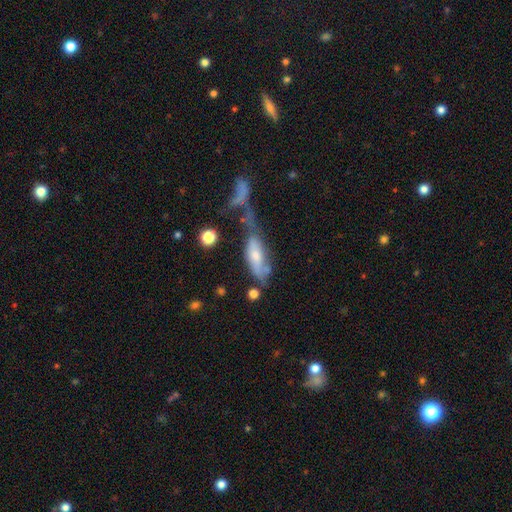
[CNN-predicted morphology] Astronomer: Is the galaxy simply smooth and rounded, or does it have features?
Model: smooth — 52% (runner-up: featured or disk, 40%).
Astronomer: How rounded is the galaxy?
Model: in between — 60% (runner-up: cigar-shaped, 37%).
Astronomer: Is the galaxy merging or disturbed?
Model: merger — 31% (runner-up: major disturbance, 29%).